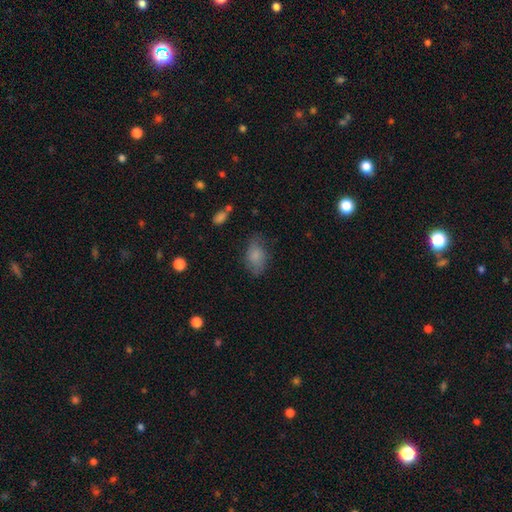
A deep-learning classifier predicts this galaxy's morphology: smooth-or-featured: smooth: 78% | featured or disk: 14% | star or artifact: 8%
  how-rounded: in between: 89% | round: 9% | cigar-shaped: 2%
  merging: none: 67% | minor disturbance: 23% | major disturbance: 8% | merger: 2%